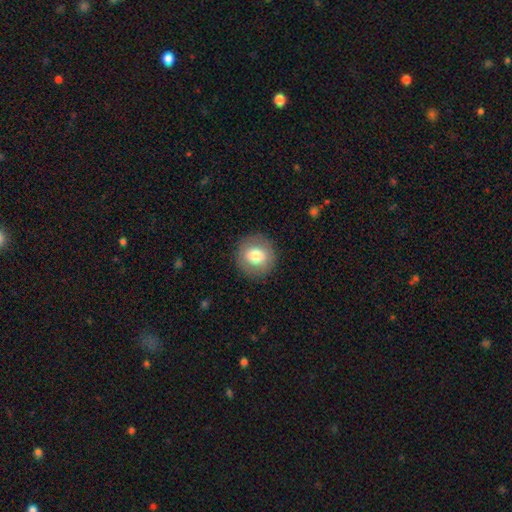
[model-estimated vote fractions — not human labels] smooth-or-featured: smooth: 76% | featured or disk: 16% | star or artifact: 9%
  how-rounded: round: 93% | in between: 6% | cigar-shaped: 1%
  merging: none: 90% | minor disturbance: 7% | major disturbance: 2% | merger: 1%